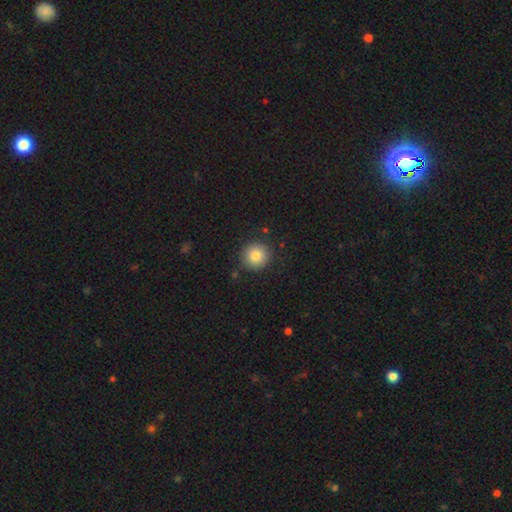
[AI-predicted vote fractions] smooth 84%, star or artifact 9%, featured or disk 7%. Down the decision tree: how rounded — round (94%); merging — none (89%).